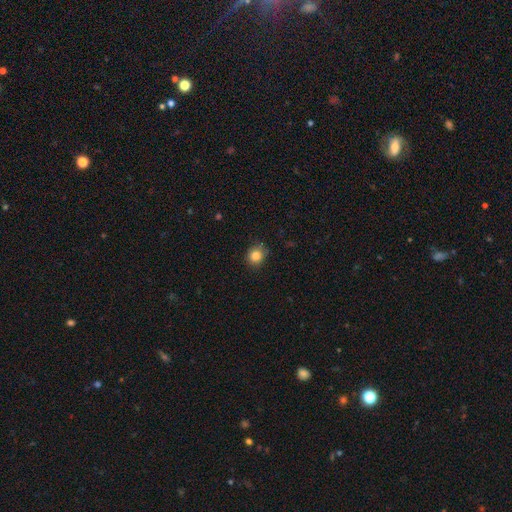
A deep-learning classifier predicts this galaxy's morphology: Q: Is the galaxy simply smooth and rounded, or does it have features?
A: smooth — 83%.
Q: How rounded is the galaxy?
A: round — 83%.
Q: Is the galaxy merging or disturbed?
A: none — 83%.